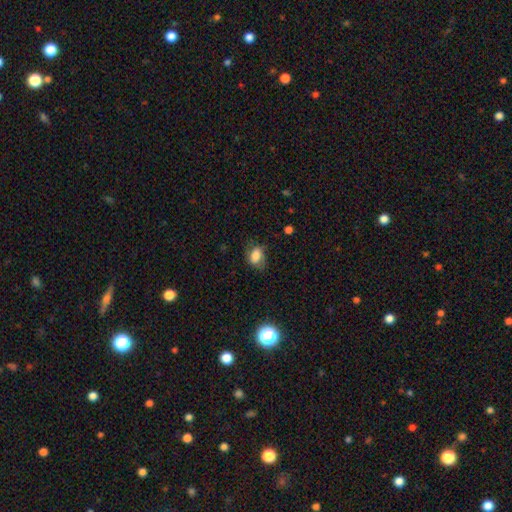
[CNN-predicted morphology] A smooth galaxy with no disk features (78%) that is in between round and cigar-shaped (74%). Merging: none (58%).